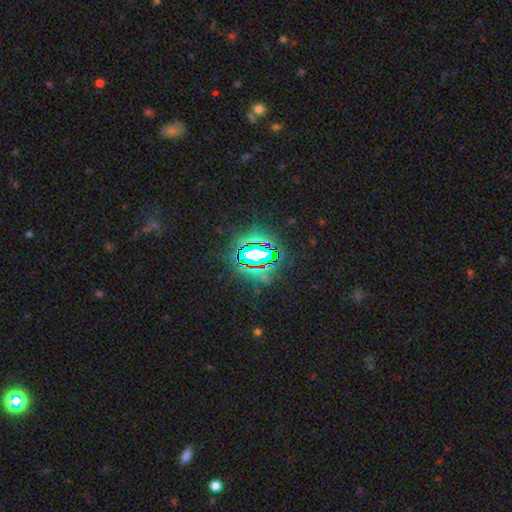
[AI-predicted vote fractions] Morphology: type=star or artifact (78%).